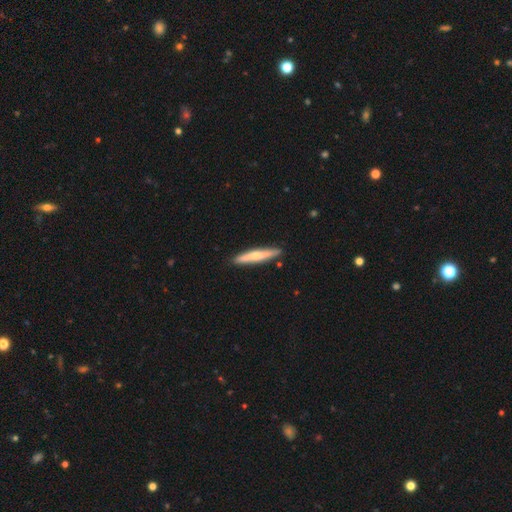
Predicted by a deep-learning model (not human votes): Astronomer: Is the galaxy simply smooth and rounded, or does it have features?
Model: smooth — 52% (runner-up: featured or disk, 43%).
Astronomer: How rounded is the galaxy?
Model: cigar-shaped — 92%.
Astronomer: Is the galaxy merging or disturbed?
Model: none — 88%.